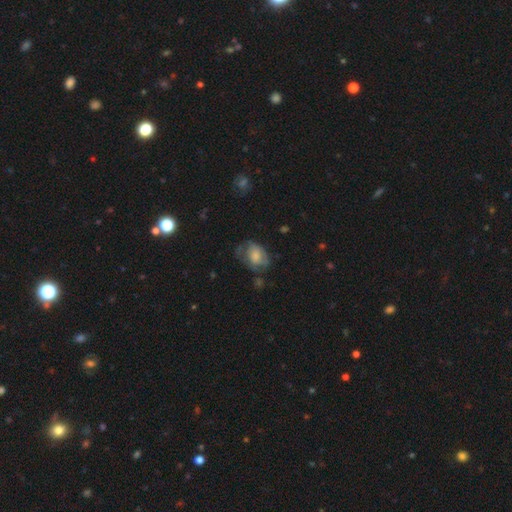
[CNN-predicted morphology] This appears to be a smooth galaxy with no disk features (61%) that is in between round and cigar-shaped (73%). Merging: none (42%).